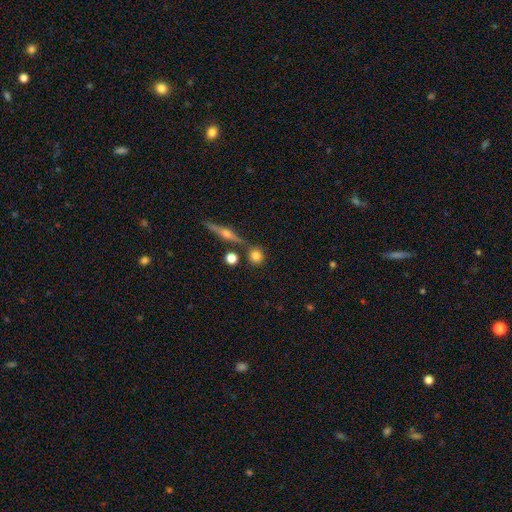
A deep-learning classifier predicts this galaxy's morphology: Smooth or featured? smooth (76%)
How rounded? round (88%)
Merging? none (76%)